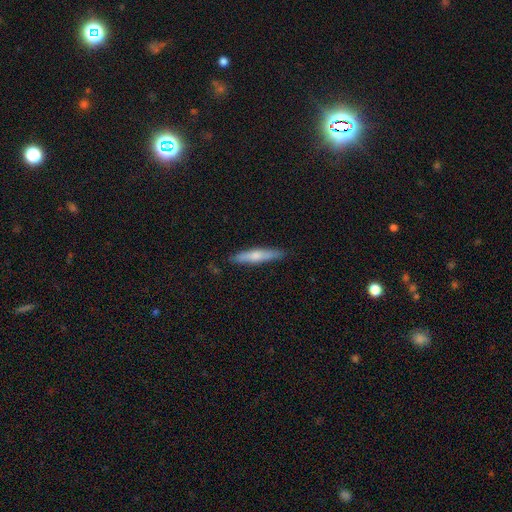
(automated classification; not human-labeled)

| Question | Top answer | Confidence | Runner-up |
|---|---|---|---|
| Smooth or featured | smooth | 58% | featured or disk (36%) |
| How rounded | cigar-shaped | 90% | in between (9%) |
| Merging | none | 87% | minor disturbance (10%) |